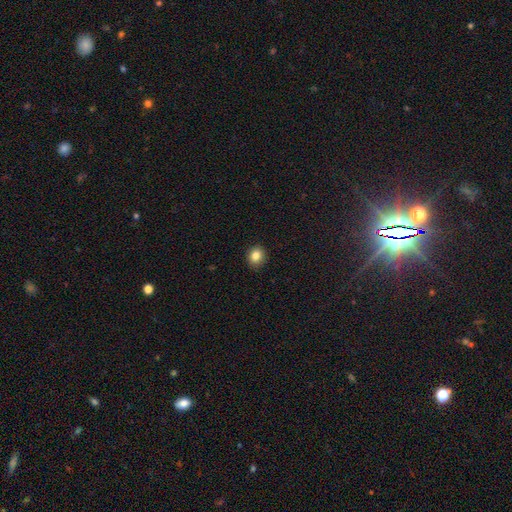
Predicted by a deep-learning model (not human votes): smooth_or_featured: smooth (p=0.83) [alt: star or artifact p=0.11]
how_rounded: round (p=0.73) [alt: in between p=0.26]
merging: none (p=0.91) [alt: minor disturbance p=0.07]